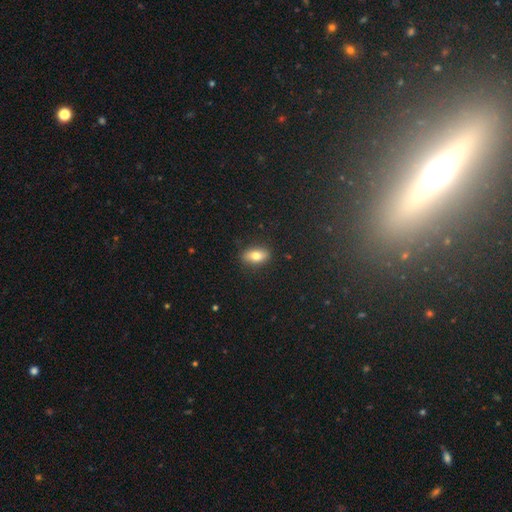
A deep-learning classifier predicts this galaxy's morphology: This appears to be a smooth galaxy with no disk features (76%) that is in between round and cigar-shaped (86%). Merging: none (87%).